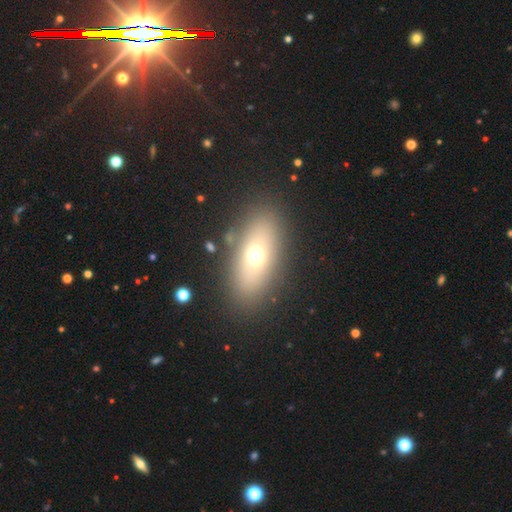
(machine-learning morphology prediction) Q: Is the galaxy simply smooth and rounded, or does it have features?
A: smooth — 63%.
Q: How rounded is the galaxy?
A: in between — 77%.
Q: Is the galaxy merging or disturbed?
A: none — 84%.